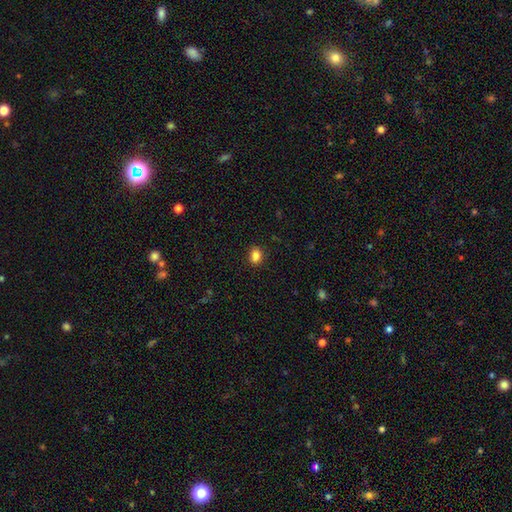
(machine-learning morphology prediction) The model was most divided on "how rounded": in between: 59%, round: 40%, cigar-shaped: 1%. More confident: smooth or featured — smooth (84%); merging — none (79%).